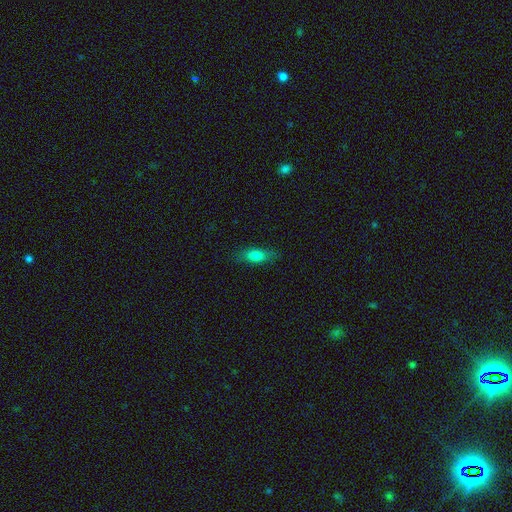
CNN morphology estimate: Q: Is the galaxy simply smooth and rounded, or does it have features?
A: smooth — 76%.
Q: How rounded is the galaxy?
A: in between — 67%.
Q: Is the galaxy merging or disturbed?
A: none — 79%.